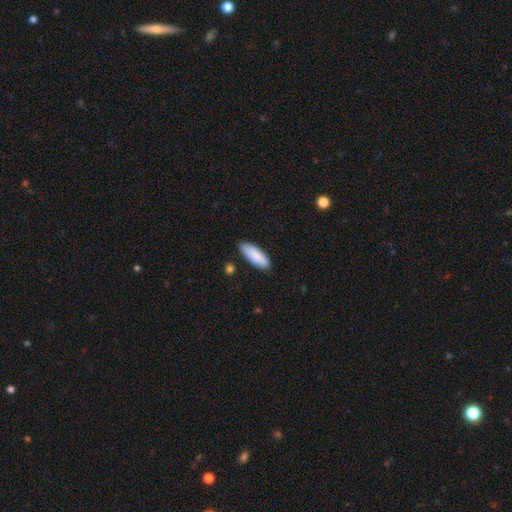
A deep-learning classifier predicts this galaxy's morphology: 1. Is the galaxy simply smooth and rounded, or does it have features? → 87% smooth, 7% featured or disk, 6% star or artifact.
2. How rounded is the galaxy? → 64% in between, 34% cigar-shaped, 2% round.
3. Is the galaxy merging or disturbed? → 84% none, 12% minor disturbance, 2% major disturbance, 2% merger.